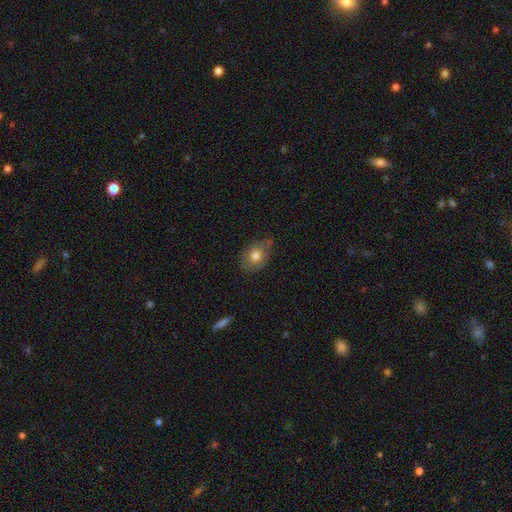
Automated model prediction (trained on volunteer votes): Smooth or featured: smooth — 74% (featured or disk — 17%)
How rounded: in between — 76% (round — 23%)
Merging: none — 67% (minor disturbance — 26%)